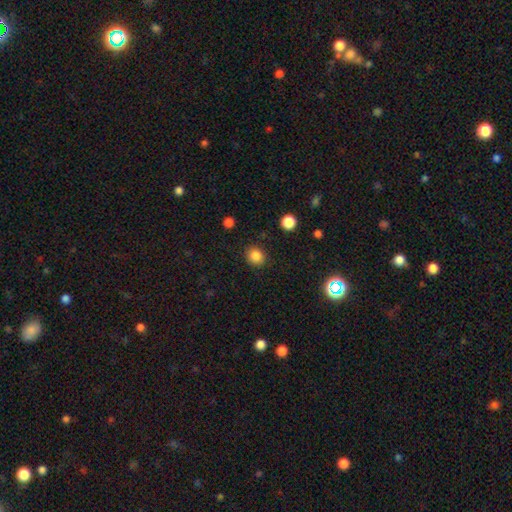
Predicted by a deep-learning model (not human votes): Smooth or featured?
  - smooth: 84% *
  - star or artifact: 12%
  - featured or disk: 4%
How rounded?
  - round: 82% *
  - in between: 17%
  - cigar-shaped: 1%
Merging?
  - none: 88% *
  - minor disturbance: 8%
  - major disturbance: 3%
  - merger: 1%